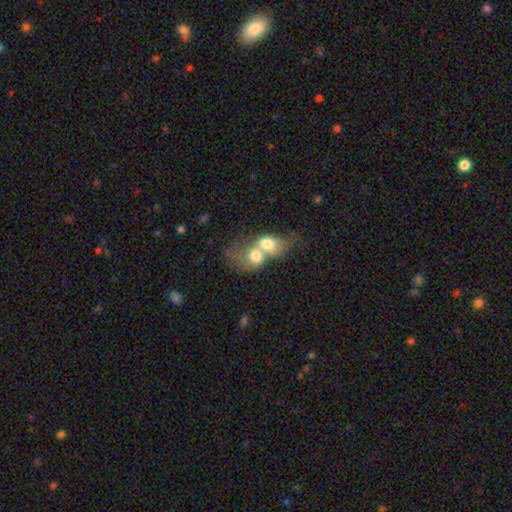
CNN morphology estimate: This is likely a smooth galaxy (65%). How rounded: possibly in between (57%). Merging: clearly merger (83%).